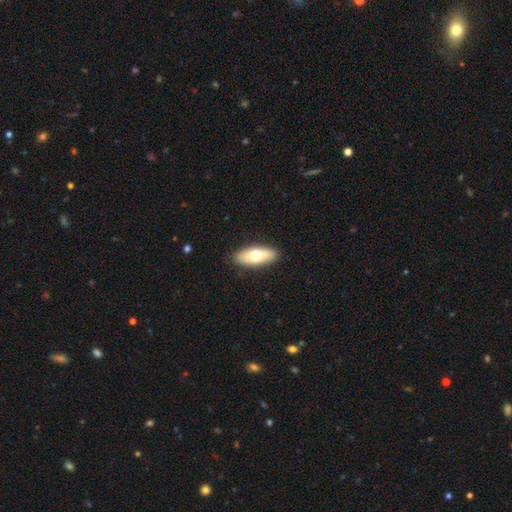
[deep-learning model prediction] smooth-or-featured: smooth: 65% | featured or disk: 29% | star or artifact: 6%
  how-rounded: in between: 78% | cigar-shaped: 19% | round: 3%
  merging: none: 89% | minor disturbance: 8% | major disturbance: 2% | merger: 1%